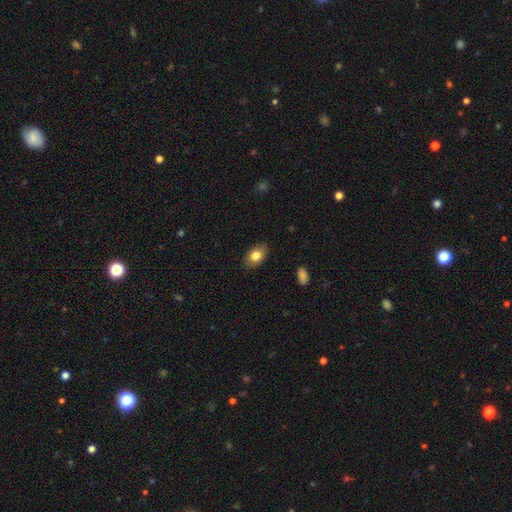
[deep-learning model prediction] smooth-or-featured: smooth: 80% | featured or disk: 12% | star or artifact: 8%
  how-rounded: in between: 85% | round: 13% | cigar-shaped: 2%
  merging: none: 86% | minor disturbance: 11% | major disturbance: 2% | merger: 1%